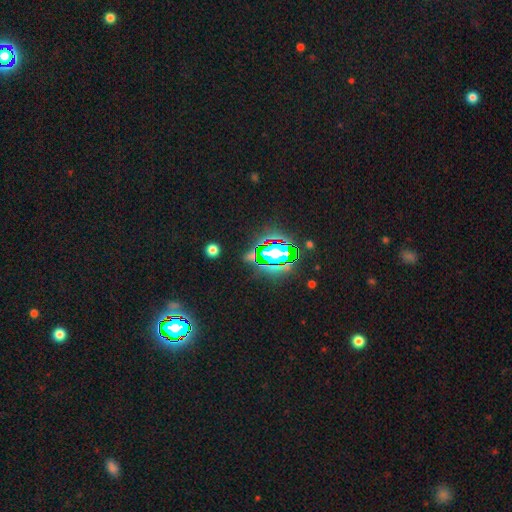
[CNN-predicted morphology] A star or artifact, not a galaxy (76%).